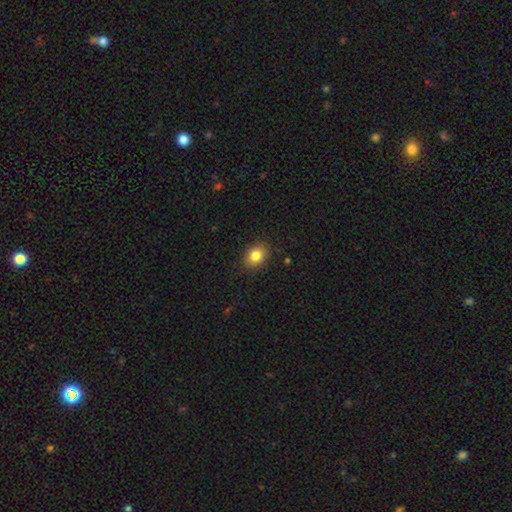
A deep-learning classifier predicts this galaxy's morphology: Overall: smooth (85%). How rounded: in between (57%; round 42%). Merging: none (87%).